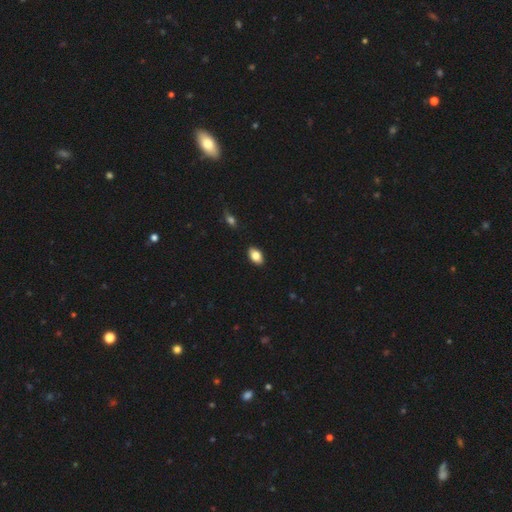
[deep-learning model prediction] smooth_or_featured: smooth (p=0.82) [alt: featured or disk p=0.10]
how_rounded: in between (p=0.91) [alt: round p=0.07]
merging: none (p=0.89) [alt: minor disturbance p=0.08]